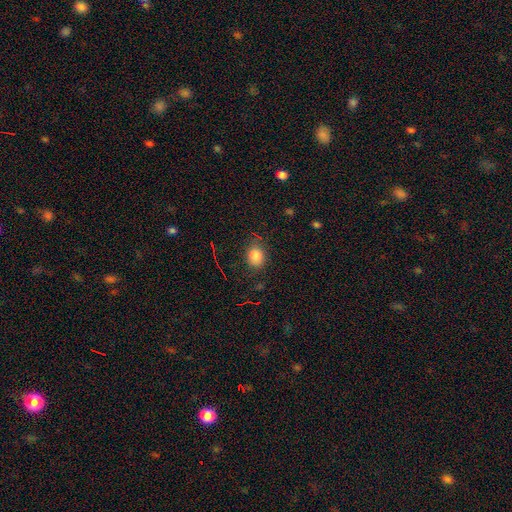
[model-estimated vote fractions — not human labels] The model was most divided on "how rounded": round: 53%, in between: 46%, cigar-shaped: 1%. More confident: smooth or featured — smooth (81%); merging — none (74%).